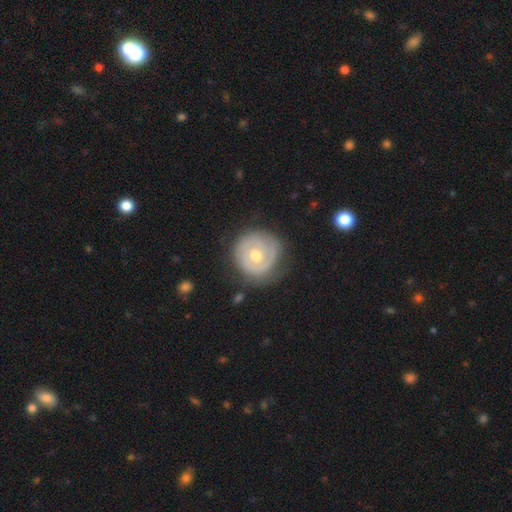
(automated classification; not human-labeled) This is likely a featured or disk galaxy (69%). It is clearly not viewed edge-on (97%). Bar: likely no (75%). Spiral arm pattern: likely yes (73%). Central bulge: likely moderate (75%). Merging: likely none (76%).